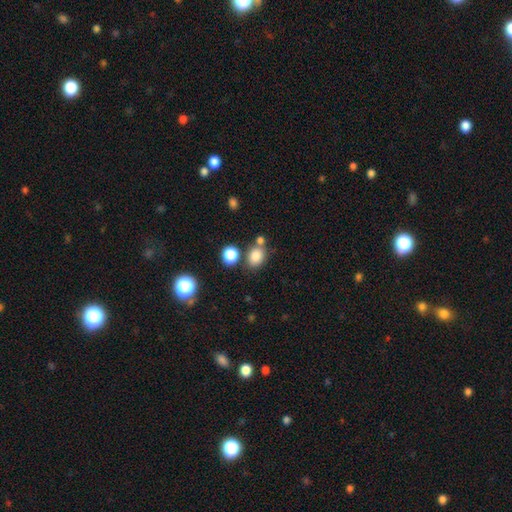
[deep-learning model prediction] Smooth or featured: smooth — 82% (star or artifact — 12%)
How rounded: round — 53% (in between — 46%)
Merging: none — 66% (merger — 18%)